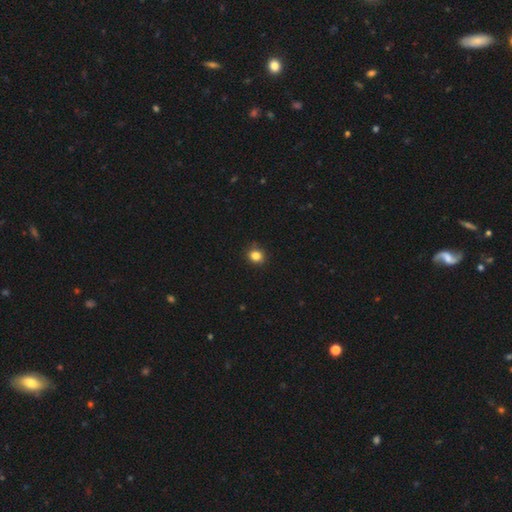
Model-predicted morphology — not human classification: Overall: smooth (84%). How rounded: round (79%). Merging: none (86%).